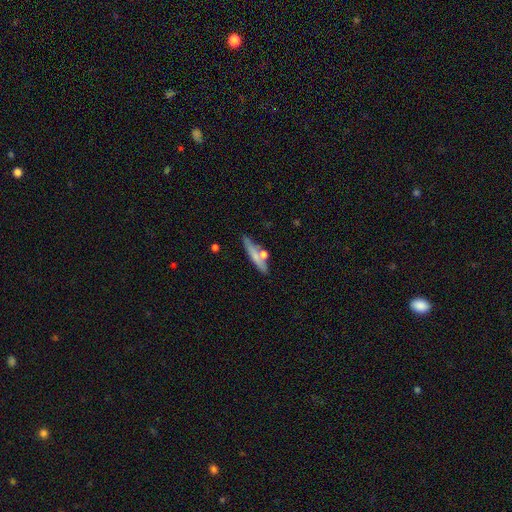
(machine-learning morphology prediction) smooth-or-featured: smooth: 63% | featured or disk: 30% | star or artifact: 7%
  how-rounded: cigar-shaped: 83% | in between: 14% | round: 3%
  merging: none: 71% | minor disturbance: 14% | merger: 11% | major disturbance: 4%